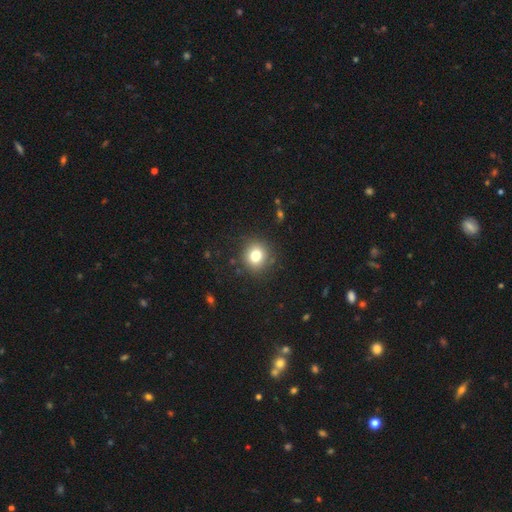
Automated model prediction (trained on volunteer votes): Smooth or featured: smooth — 78% (star or artifact — 13%)
How rounded: round — 87% (in between — 12%)
Merging: none — 87% (minor disturbance — 9%)